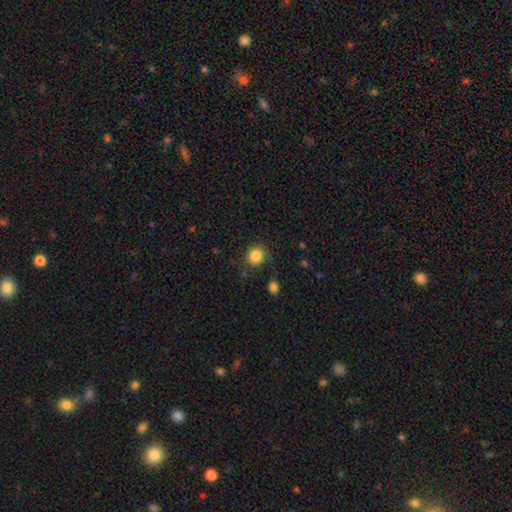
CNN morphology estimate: This appears to be a smooth galaxy with no disk features (85%) that is round (85%). Merging: none (84%).